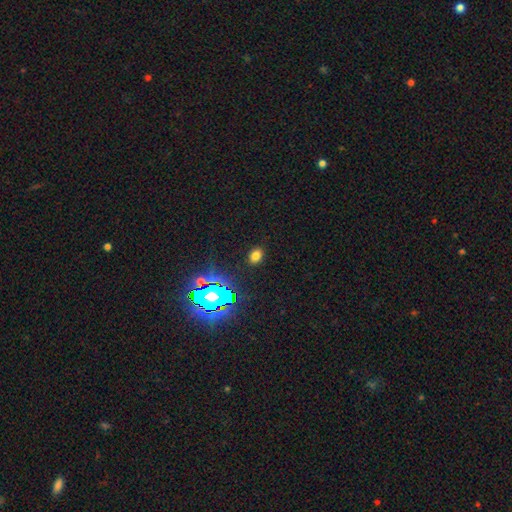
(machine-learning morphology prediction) smooth 70%, star or artifact 23%, featured or disk 8%. Down the decision tree: how rounded — in between (63%); merging — none (87%).